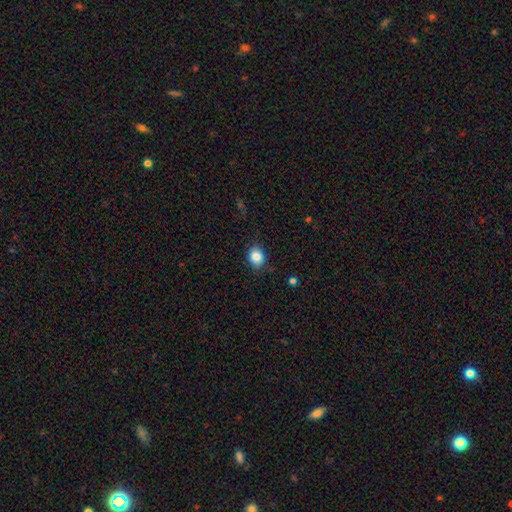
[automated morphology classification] A smooth galaxy with no disk features (85%) that is in between round and cigar-shaped (50%).

Vote fractions:
- Smooth or featured? smooth: 85% / star or artifact: 9% / featured or disk: 5%
- How rounded? in between: 50% / round: 49% / cigar-shaped: 1%
- Merging? none: 82% / minor disturbance: 14% / major disturbance: 3% / merger: 1%